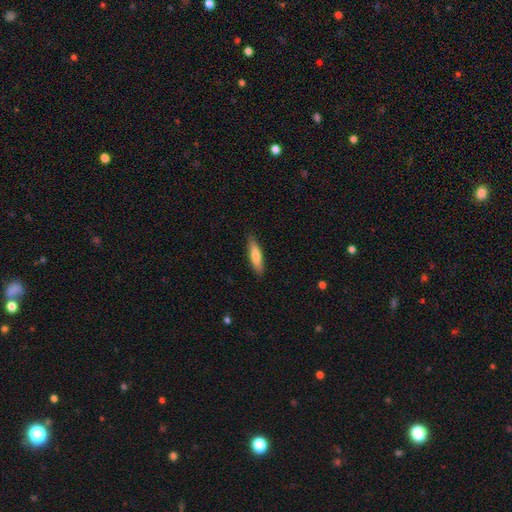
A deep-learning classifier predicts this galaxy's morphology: A smooth galaxy with no disk features (76%) that is cigar-shaped (75%).

Vote fractions:
- Smooth or featured? smooth: 76% / featured or disk: 18% / star or artifact: 5%
- How rounded? cigar-shaped: 75% / in between: 24% / round: 1%
- Merging? none: 87% / minor disturbance: 10% / major disturbance: 2% / merger: 1%